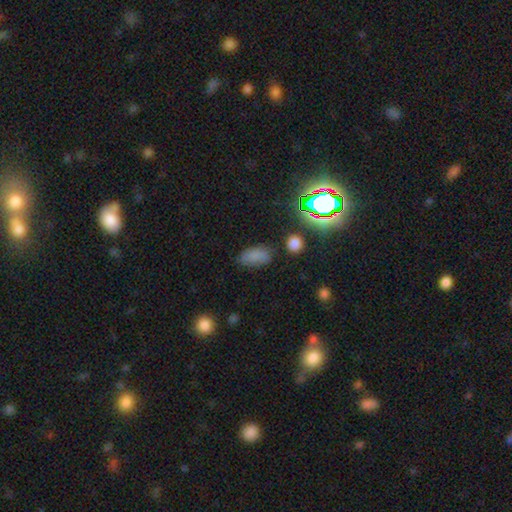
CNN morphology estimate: Smooth or featured? smooth (73%)
How rounded? in between (90%)
Merging? none (68%)